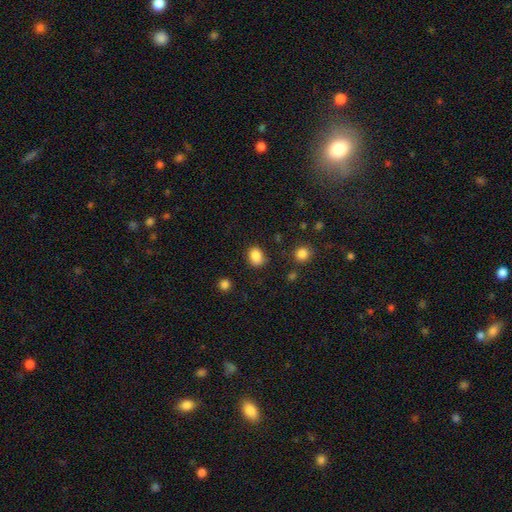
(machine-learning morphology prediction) Smooth or featured: smooth — 86% (star or artifact — 10%)
How rounded: in between — 61% (round — 38%)
Merging: none — 73% (minor disturbance — 19%)